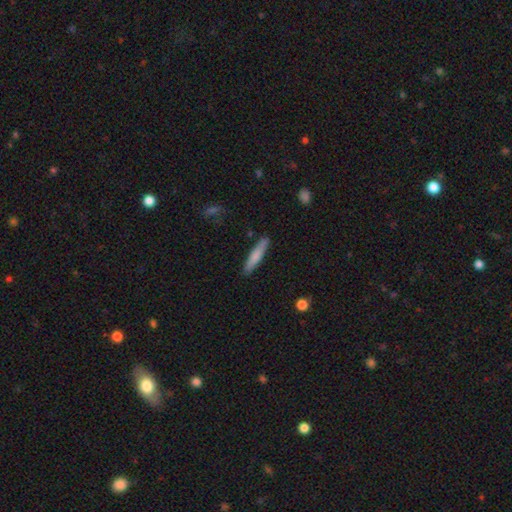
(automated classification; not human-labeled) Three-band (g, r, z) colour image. It shows a smooth galaxy with no disk features (72%) that is cigar-shaped (90%). Merging: none (88%).